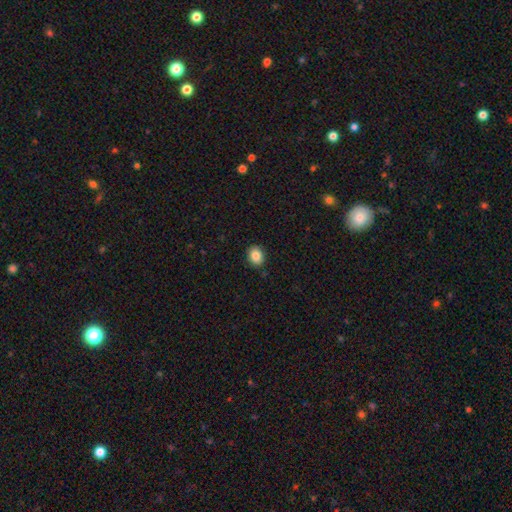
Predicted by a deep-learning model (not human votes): This is clearly a smooth galaxy (86%). How rounded: possibly round (54%). Merging: clearly none (89%).